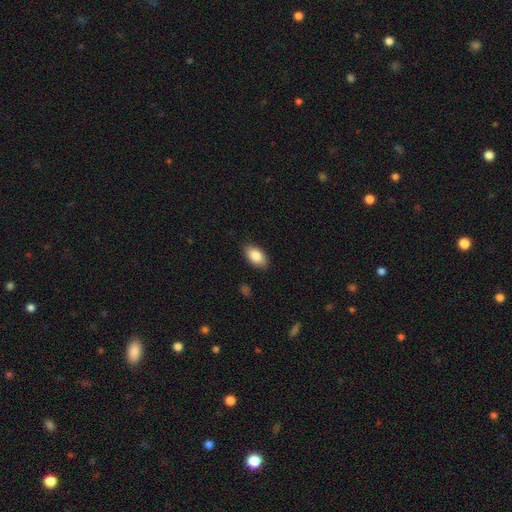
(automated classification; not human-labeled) Smooth or featured?
  - smooth: 85% *
  - featured or disk: 8%
  - star or artifact: 7%
How rounded?
  - in between: 93% *
  - round: 5%
  - cigar-shaped: 2%
Merging?
  - none: 87% *
  - minor disturbance: 10%
  - major disturbance: 2%
  - merger: 1%